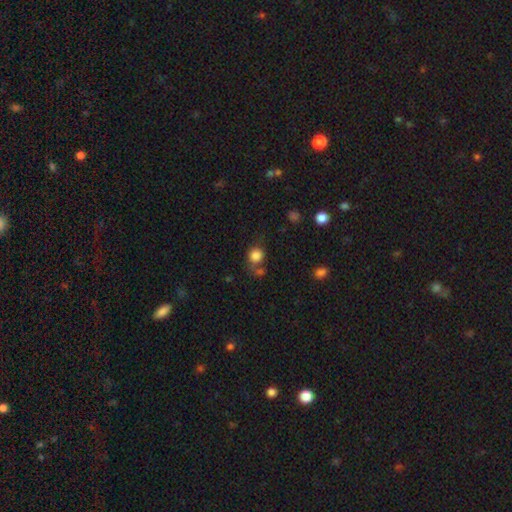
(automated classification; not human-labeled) Smooth or featured? smooth (83%)
How rounded? round (82%)
Merging? none (57%)